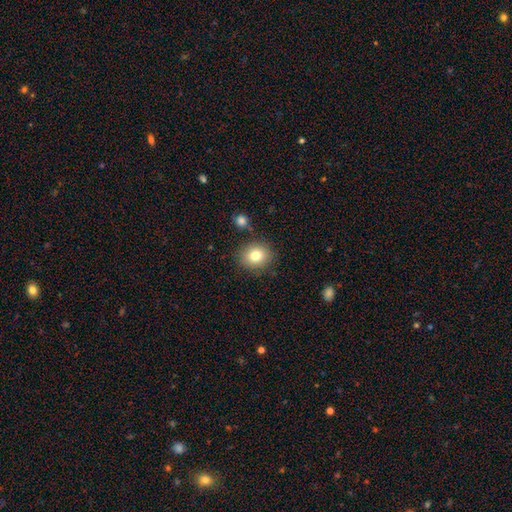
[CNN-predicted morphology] Smooth or featured? smooth (79%)
How rounded? round (77%)
Merging? none (83%)